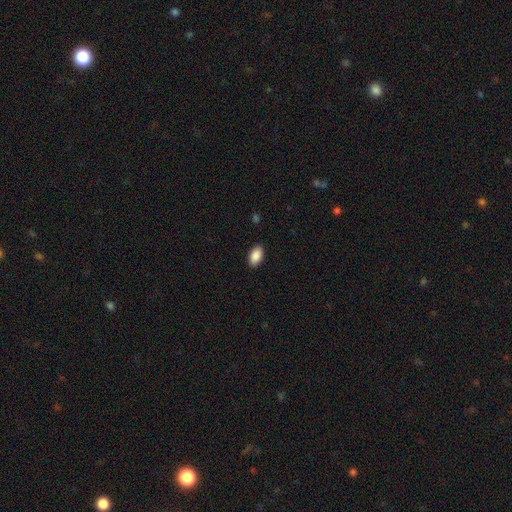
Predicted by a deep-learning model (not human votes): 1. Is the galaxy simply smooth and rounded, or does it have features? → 90% smooth, 7% star or artifact, 4% featured or disk.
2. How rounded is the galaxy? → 94% in between, 4% round, 2% cigar-shaped.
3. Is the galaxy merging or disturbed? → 89% none, 8% minor disturbance, 2% major disturbance, 1% merger.